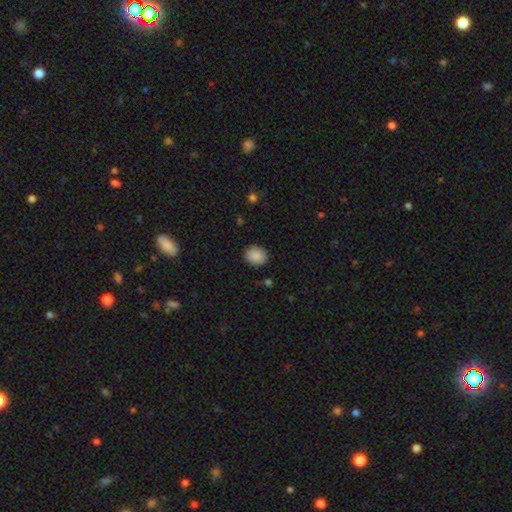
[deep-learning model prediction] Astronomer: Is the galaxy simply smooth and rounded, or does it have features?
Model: smooth — 89%.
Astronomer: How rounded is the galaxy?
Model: round — 61% (runner-up: in between, 38%).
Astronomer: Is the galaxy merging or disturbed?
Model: none — 88%.